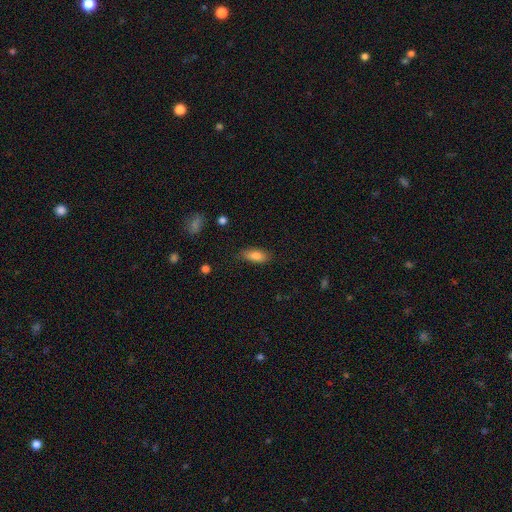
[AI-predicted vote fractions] A smooth galaxy with no disk features (83%) that is in between round and cigar-shaped (82%). Merging: none (81%).